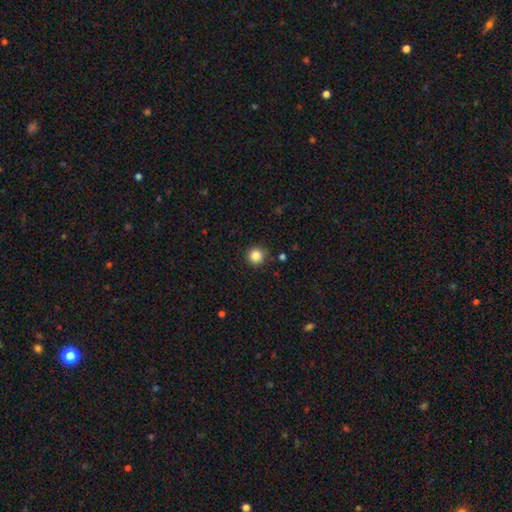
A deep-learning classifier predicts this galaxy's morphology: type=smooth (85%); roundness=round (95%); merging=none (89%).